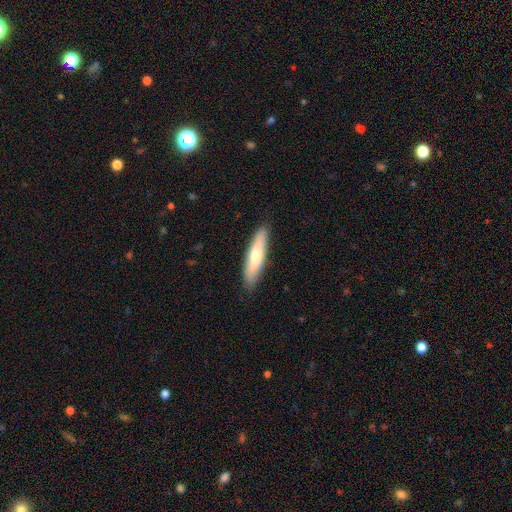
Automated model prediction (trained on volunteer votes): Smooth or featured? Predicted: smooth (p=0.69). How rounded? Predicted: cigar-shaped (p=0.78). Merging? Predicted: none (p=0.88).